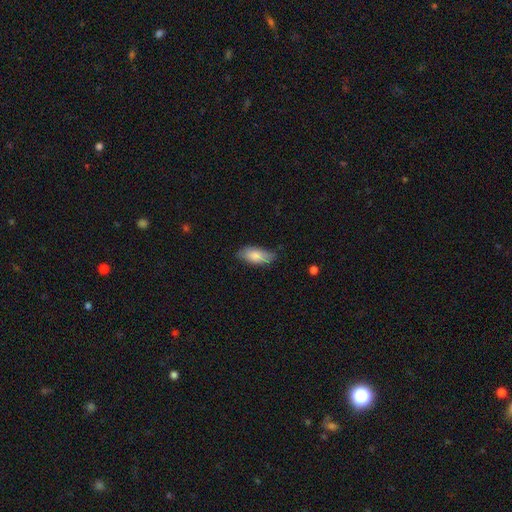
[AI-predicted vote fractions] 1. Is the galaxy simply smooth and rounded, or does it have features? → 83% smooth, 11% featured or disk, 6% star or artifact.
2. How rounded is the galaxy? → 85% in between, 13% cigar-shaped, 2% round.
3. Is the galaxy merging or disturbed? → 73% none, 22% minor disturbance, 4% major disturbance, 1% merger.